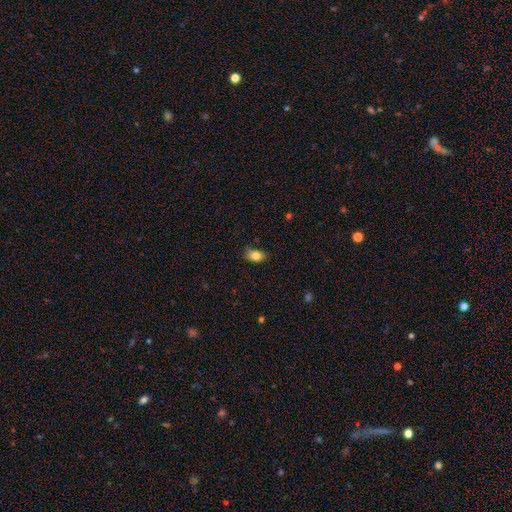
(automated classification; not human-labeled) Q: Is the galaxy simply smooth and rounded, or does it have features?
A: smooth — 83%.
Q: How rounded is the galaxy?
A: in between — 77%.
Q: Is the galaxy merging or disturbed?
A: none — 67%.